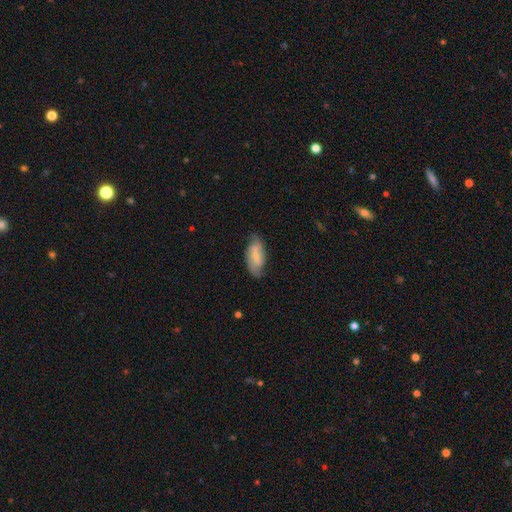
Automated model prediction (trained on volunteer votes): A featured or disk galaxy (51%).

Vote fractions:
- Smooth or featured? featured or disk: 51% / smooth: 43% / star or artifact: 7%
- Edge-on disk? no: 92% / yes: 8%
- Merging? none: 69% / minor disturbance: 23% / major disturbance: 6% / merger: 2%